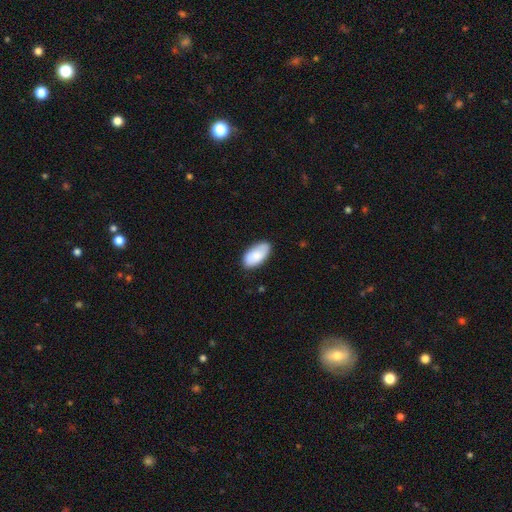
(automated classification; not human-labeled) A smooth galaxy with no disk features (84%) that is in between round and cigar-shaped (95%). Merging: none (81%).